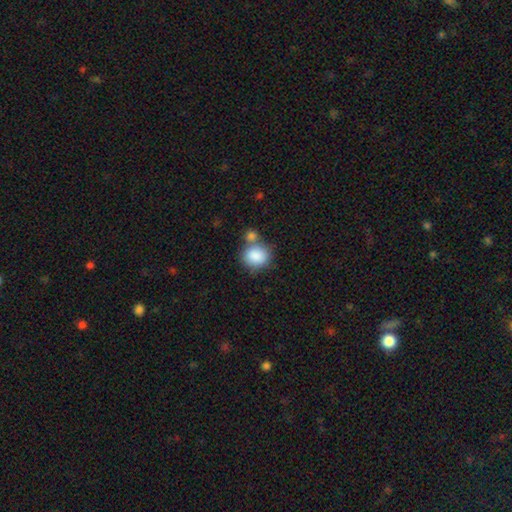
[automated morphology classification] type=smooth (86%); roundness=round (73%); merging=none (52%).